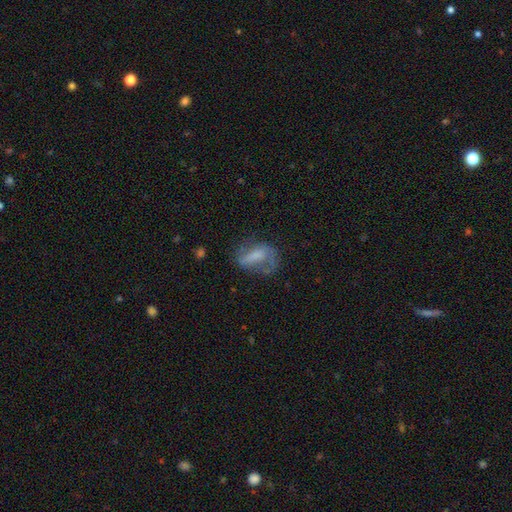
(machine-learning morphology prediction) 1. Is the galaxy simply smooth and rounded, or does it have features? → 52% featured or disk, 38% smooth, 10% star or artifact.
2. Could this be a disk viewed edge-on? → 94% no, 6% yes.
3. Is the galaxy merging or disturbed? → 42% none, 30% major disturbance, 25% minor disturbance, 3% merger.